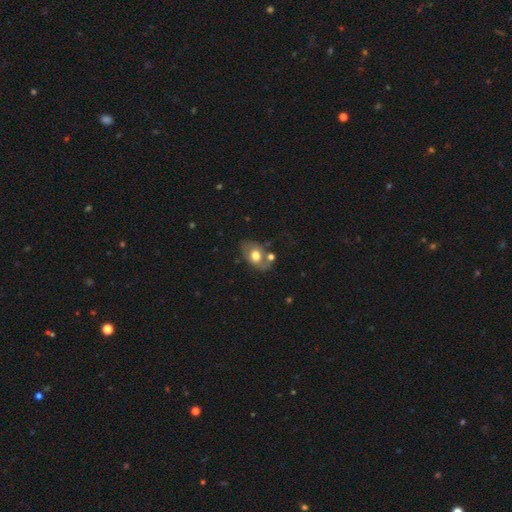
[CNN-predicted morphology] The model was most divided on "smooth or featured": smooth: 56%, featured or disk: 37%, star or artifact: 8%. More confident: how rounded — in between (79%); merging — none (58%).